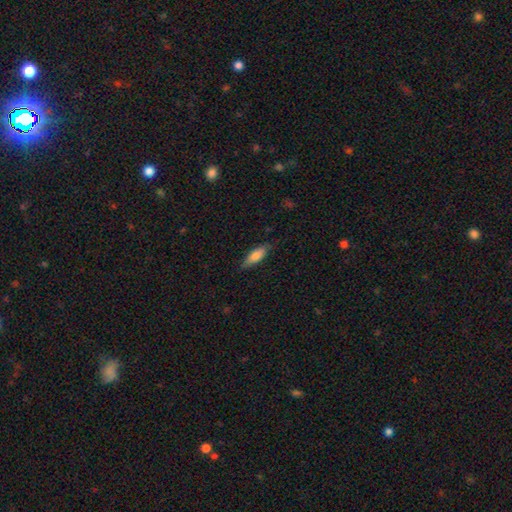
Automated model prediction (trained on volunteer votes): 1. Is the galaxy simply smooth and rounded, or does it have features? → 77% smooth, 17% featured or disk, 6% star or artifact.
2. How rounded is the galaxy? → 54% in between, 44% cigar-shaped, 2% round.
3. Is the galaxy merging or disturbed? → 78% none, 18% minor disturbance, 3% major disturbance, 1% merger.